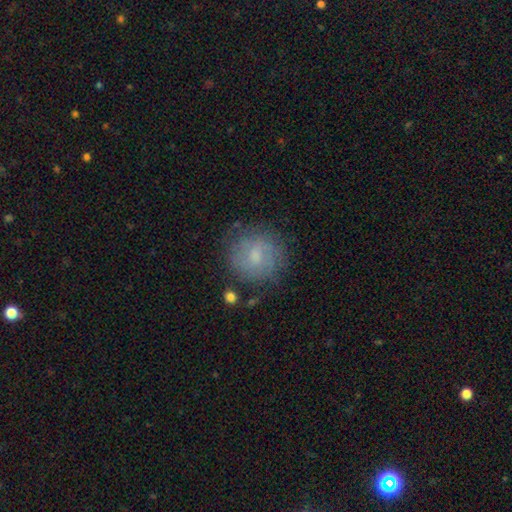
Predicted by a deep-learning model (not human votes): smooth-or-featured: smooth: 53% | featured or disk: 38% | star or artifact: 9%
  how-rounded: round: 89% | in between: 10% | cigar-shaped: 1%
  merging: none: 76% | minor disturbance: 15% | major disturbance: 6% | merger: 2%